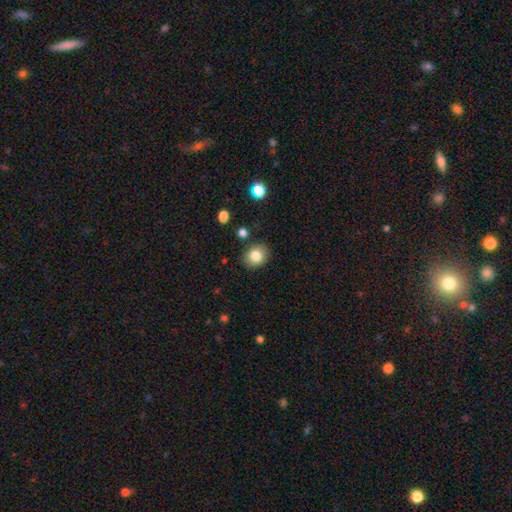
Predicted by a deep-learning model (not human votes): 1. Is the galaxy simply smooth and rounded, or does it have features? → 82% smooth, 10% star or artifact, 9% featured or disk.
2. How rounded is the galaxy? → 67% round, 32% in between, 1% cigar-shaped.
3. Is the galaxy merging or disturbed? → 84% none, 11% minor disturbance, 3% major disturbance, 2% merger.